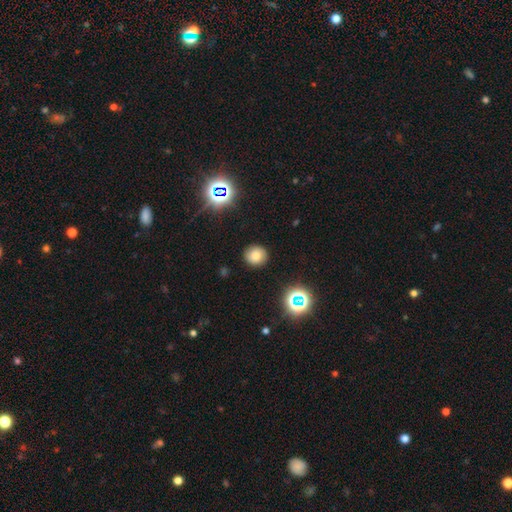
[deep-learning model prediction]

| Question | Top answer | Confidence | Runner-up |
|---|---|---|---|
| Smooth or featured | smooth | 73% | star or artifact (18%) |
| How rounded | round | 89% | in between (10%) |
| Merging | none | 89% | minor disturbance (7%) |